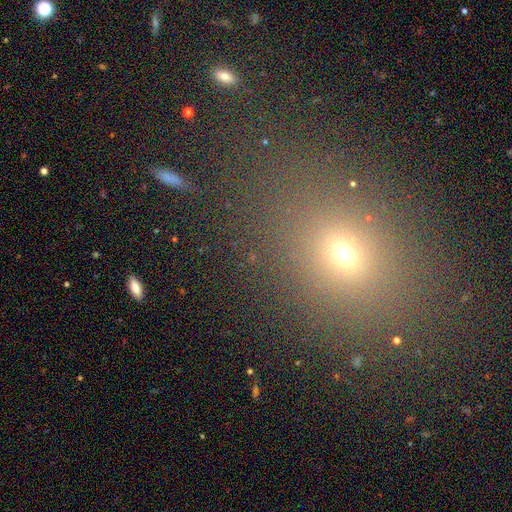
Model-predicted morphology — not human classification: Smooth or featured? smooth (54%)
How rounded? in between (52%)
Merging? none (83%)